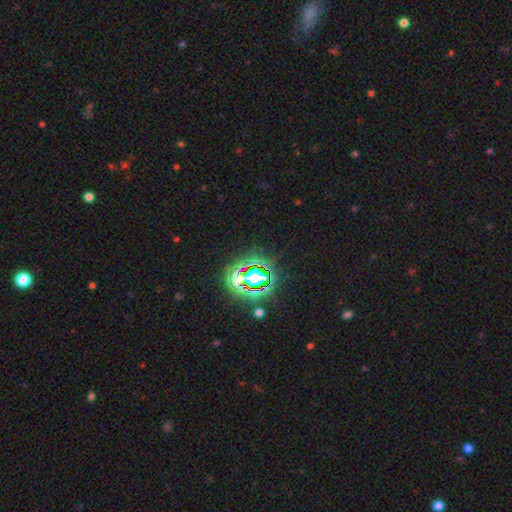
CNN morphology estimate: A star or artifact, not a galaxy (82%).